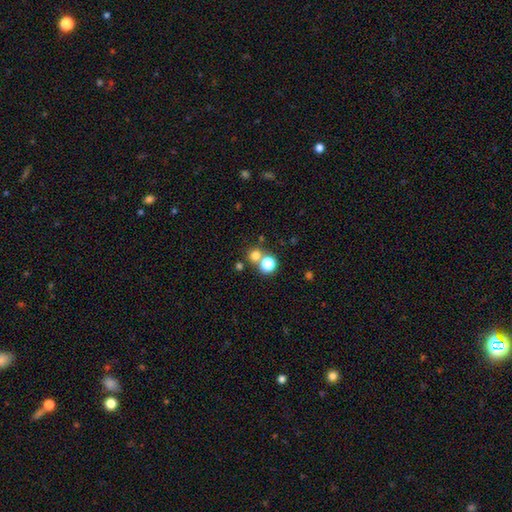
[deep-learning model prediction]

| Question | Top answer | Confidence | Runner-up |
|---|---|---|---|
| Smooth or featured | smooth | 73% | star or artifact (19%) |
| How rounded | round | 89% | in between (10%) |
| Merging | none | 60% | merger (32%) |